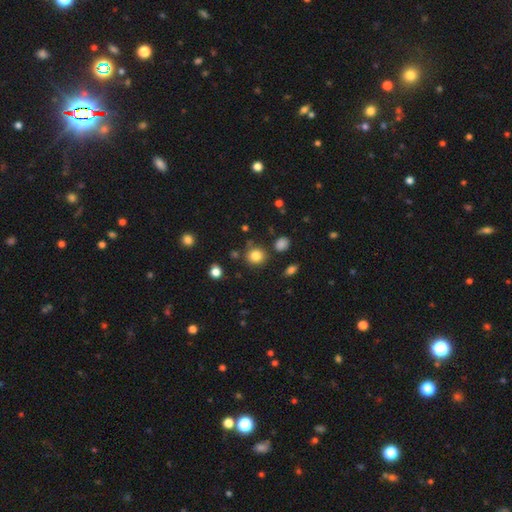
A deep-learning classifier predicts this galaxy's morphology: This is clearly a smooth galaxy (83%). How rounded: clearly round (87%). Merging: clearly none (82%).